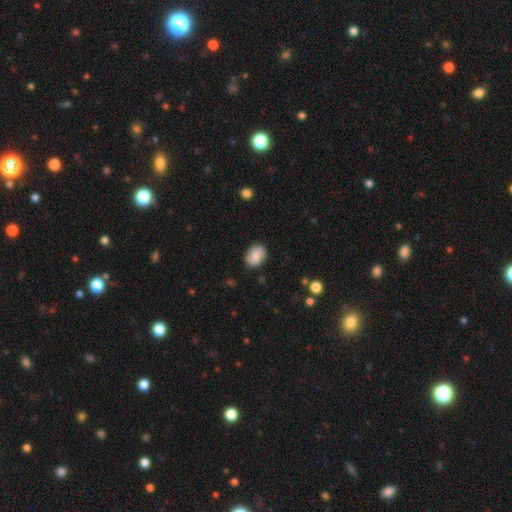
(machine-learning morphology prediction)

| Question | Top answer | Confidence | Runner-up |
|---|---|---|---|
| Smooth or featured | smooth | 66% | featured or disk (26%) |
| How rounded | in between | 68% | round (31%) |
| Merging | none | 83% | minor disturbance (12%) |